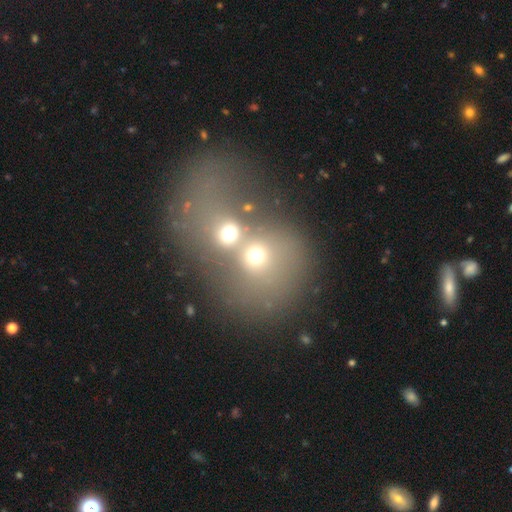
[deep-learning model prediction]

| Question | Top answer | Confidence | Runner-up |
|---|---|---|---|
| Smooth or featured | smooth | 63% | star or artifact (19%) |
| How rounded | round | 71% | in between (28%) |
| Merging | merger | 71% | none (18%) |